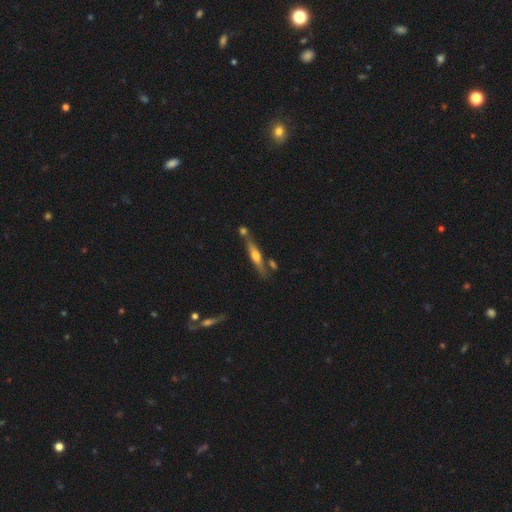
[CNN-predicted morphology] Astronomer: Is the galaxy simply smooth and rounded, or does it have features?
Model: featured or disk — 63%.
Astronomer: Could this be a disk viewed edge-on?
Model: yes — 94%.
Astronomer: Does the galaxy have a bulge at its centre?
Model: rounded — 88%.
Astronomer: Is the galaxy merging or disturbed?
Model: none — 70%.